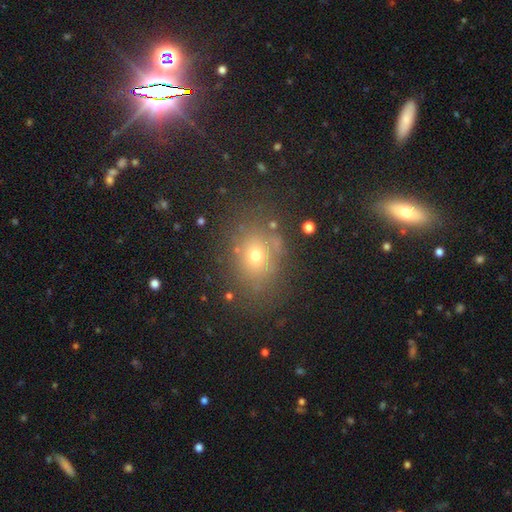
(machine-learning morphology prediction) smooth_or_featured: smooth (p=0.65) [alt: star or artifact p=0.21]
how_rounded: in between (p=0.51) [alt: round p=0.47]
merging: none (p=0.77) [alt: minor disturbance p=0.14]